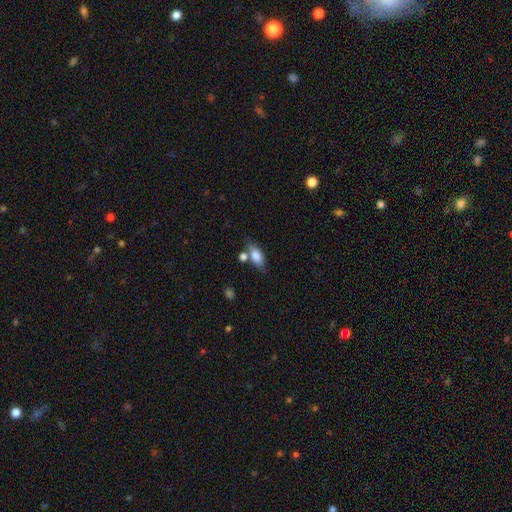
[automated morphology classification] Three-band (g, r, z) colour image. It shows a smooth galaxy with no disk features (78%) that is in between round and cigar-shaped (83%). Merging: none (61%).